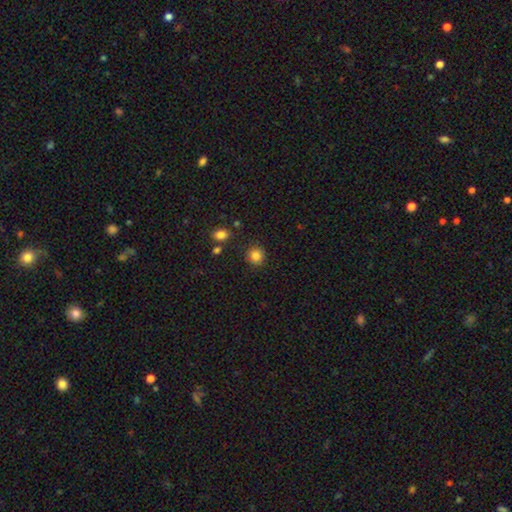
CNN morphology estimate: Q: Smooth or featured?
A: smooth (85%); runner-up: star or artifact (11%)
Q: How rounded?
A: round (89%); runner-up: in between (10%)
Q: Merging?
A: none (88%); runner-up: minor disturbance (7%)